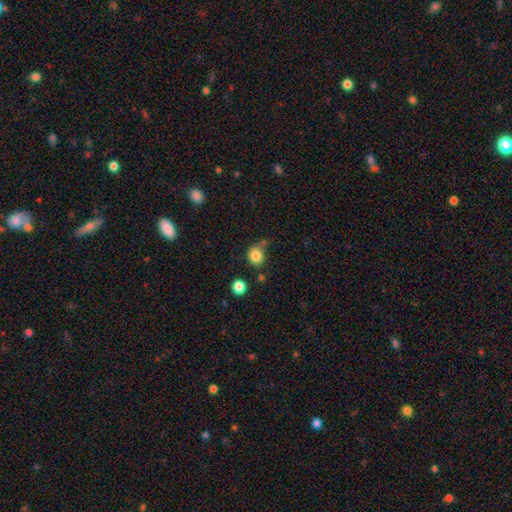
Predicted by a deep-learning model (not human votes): Smooth or featured? Predicted: smooth (p=0.83). How rounded? Predicted: round (p=0.78). Merging? Predicted: none (p=0.66).